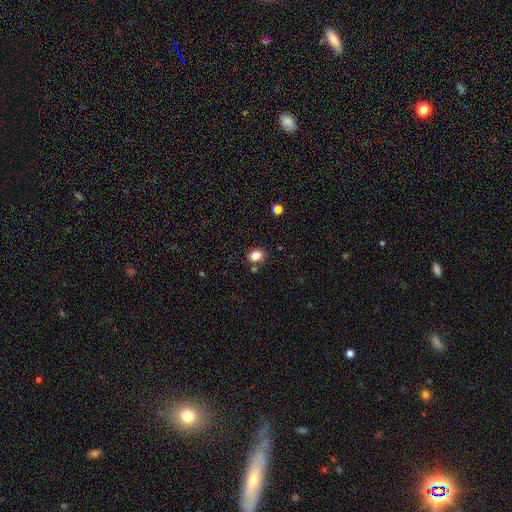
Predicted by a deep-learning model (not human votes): Smooth or featured: smooth — 83% (star or artifact — 11%)
How rounded: in between — 53% (round — 46%)
Merging: none — 80% (minor disturbance — 11%)